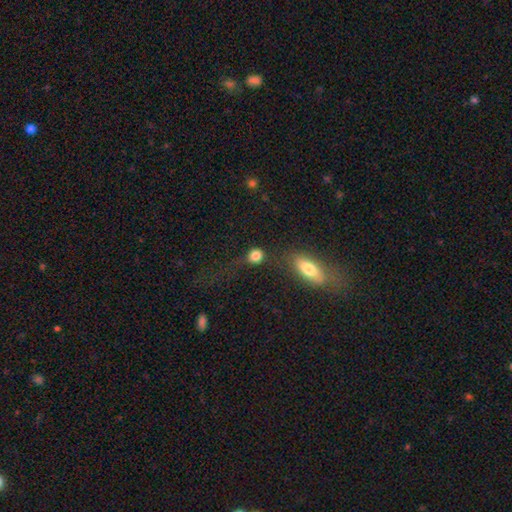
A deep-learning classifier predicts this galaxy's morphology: Smooth or featured?
  - smooth: 84% *
  - star or artifact: 10%
  - featured or disk: 7%
How rounded?
  - round: 77% *
  - in between: 21%
  - cigar-shaped: 2%
Merging?
  - none: 64% *
  - minor disturbance: 16%
  - merger: 12%
  - major disturbance: 9%